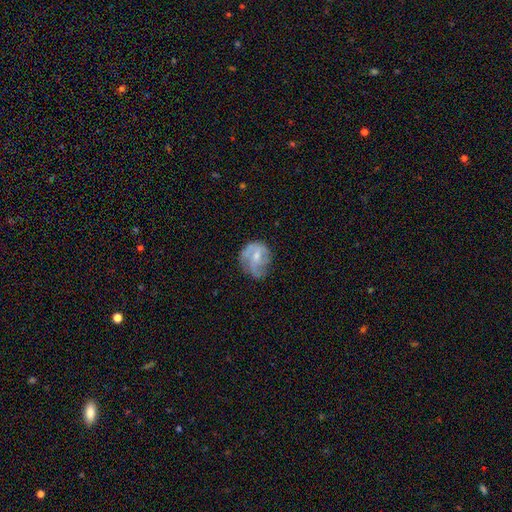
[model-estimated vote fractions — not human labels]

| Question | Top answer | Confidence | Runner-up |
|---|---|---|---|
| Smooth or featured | featured or disk | 54% | smooth (38%) |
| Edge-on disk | no | 97% | yes (3%) |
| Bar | no | 52% | weak (40%) |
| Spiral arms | yes | 64% | no (36%) |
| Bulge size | small | 43% | moderate (42%) |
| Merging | none | 44% | minor disturbance (30%) |